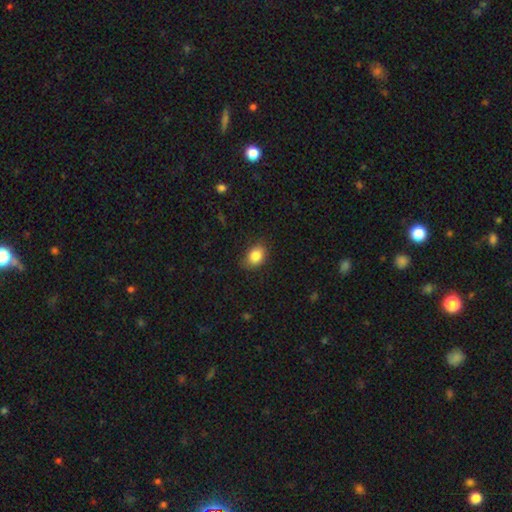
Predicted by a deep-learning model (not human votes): smooth-or-featured: smooth: 85% | star or artifact: 9% | featured or disk: 6%
  how-rounded: in between: 71% | round: 28% | cigar-shaped: 1%
  merging: none: 79% | minor disturbance: 17% | major disturbance: 3% | merger: 1%